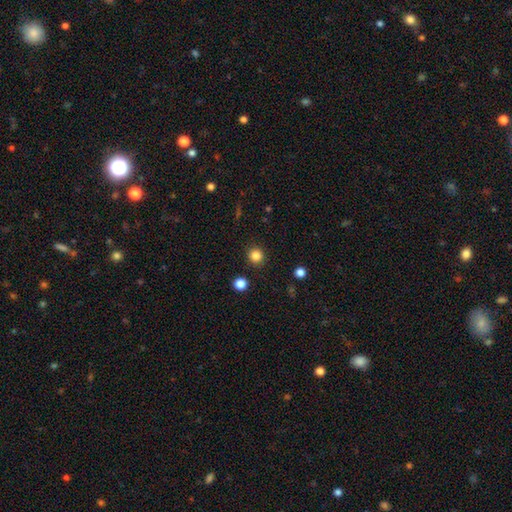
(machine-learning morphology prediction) A smooth galaxy with no disk features (84%) that is round (93%).

Vote fractions:
- Smooth or featured? smooth: 84% / star or artifact: 12% / featured or disk: 4%
- How rounded? round: 93% / in between: 6% / cigar-shaped: 1%
- Merging? none: 91% / minor disturbance: 6% / major disturbance: 2% / merger: 2%